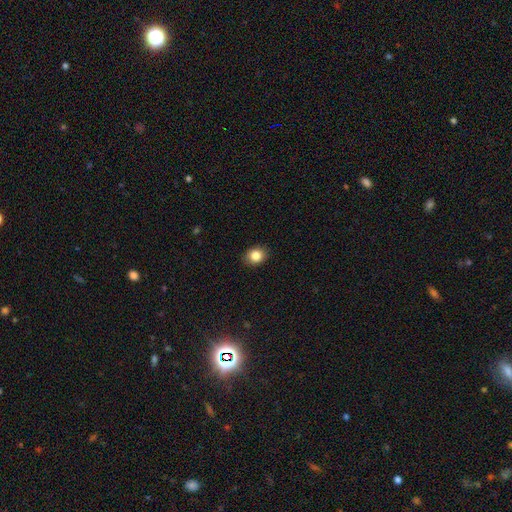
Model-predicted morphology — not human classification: smooth_or_featured: smooth (p=0.84) [alt: star or artifact p=0.10]
how_rounded: round (p=0.54) [alt: in between p=0.45]
merging: none (p=0.89) [alt: minor disturbance p=0.08]